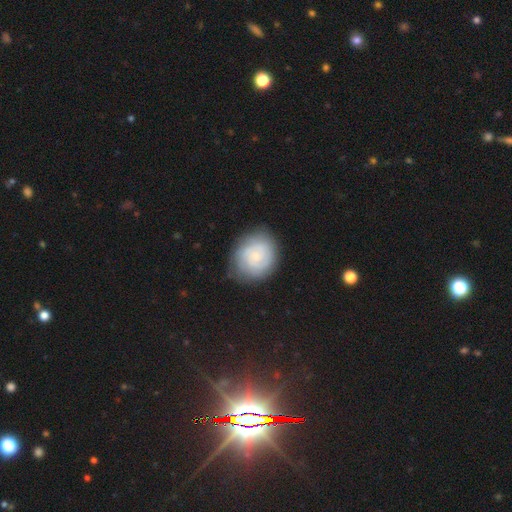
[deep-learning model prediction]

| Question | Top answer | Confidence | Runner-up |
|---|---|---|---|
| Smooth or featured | featured or disk | 58% | smooth (34%) |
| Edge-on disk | no | 98% | yes (2%) |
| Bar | no | 72% | weak (25%) |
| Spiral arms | yes | 90% | no (10%) |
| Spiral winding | tight | 70% | medium (23%) |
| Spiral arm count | can't tell | 38% | 2 (33%) |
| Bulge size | small | 66% | moderate (16%) |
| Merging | none | 77% | minor disturbance (16%) |